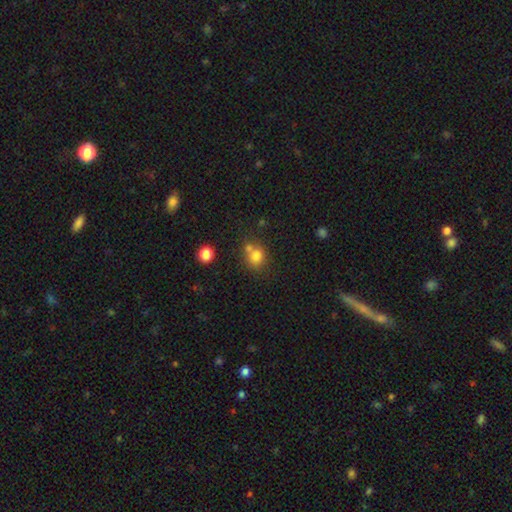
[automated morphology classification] A smooth galaxy with no disk features (78%) that is round (77%). Merging: none (52%).